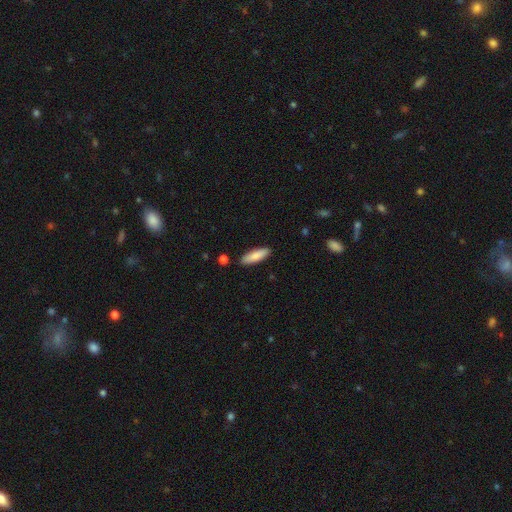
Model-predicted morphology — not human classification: type=smooth (84%); roundness=cigar-shaped (52%); merging=none (88%).